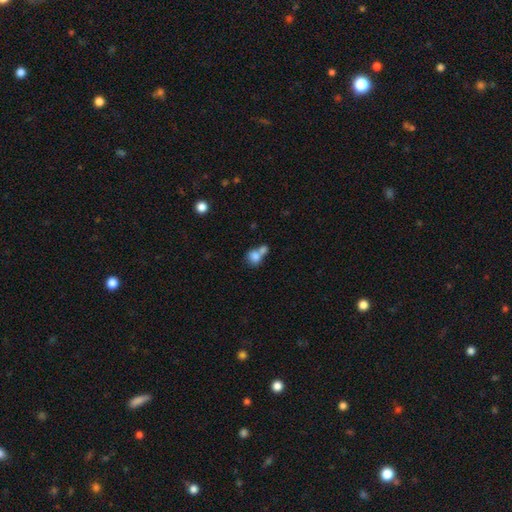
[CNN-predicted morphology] Q: Smooth or featured?
A: smooth (79%); runner-up: featured or disk (12%)
Q: How rounded?
A: round (61%); runner-up: in between (38%)
Q: Merging?
A: merger (61%); runner-up: none (27%)